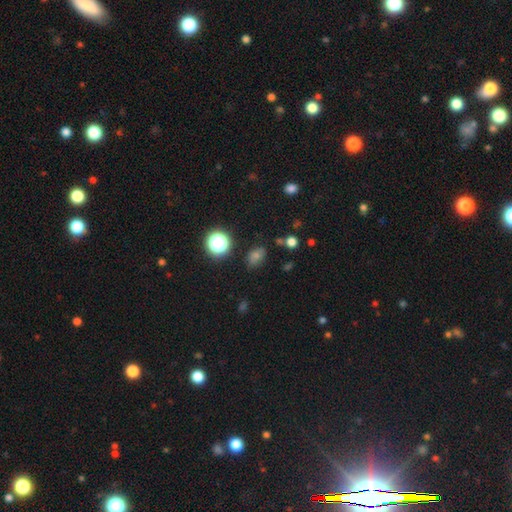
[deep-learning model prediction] Smooth or featured? smooth (63%)
How rounded? in between (65%)
Merging? none (74%)